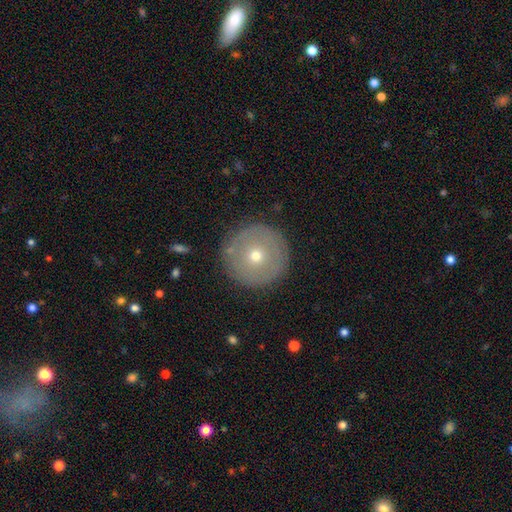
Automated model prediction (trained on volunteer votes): Smooth or featured? Predicted: smooth (p=0.55). How rounded? Predicted: round (p=0.96). Merging? Predicted: none (p=0.89).